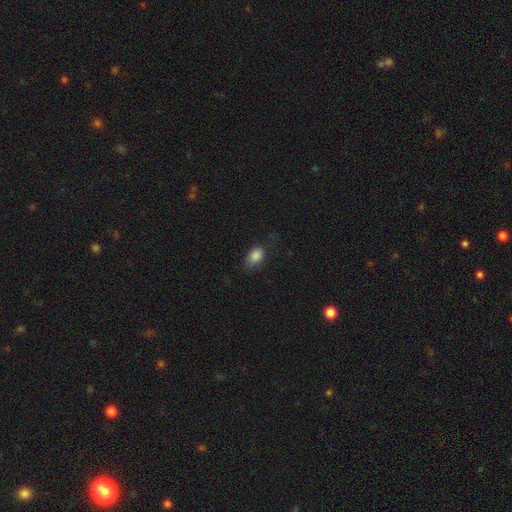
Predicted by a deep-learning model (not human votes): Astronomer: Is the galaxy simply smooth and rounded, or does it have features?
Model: smooth — 86%.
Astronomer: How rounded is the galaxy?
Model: in between — 83%.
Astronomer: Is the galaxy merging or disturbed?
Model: none — 67%.